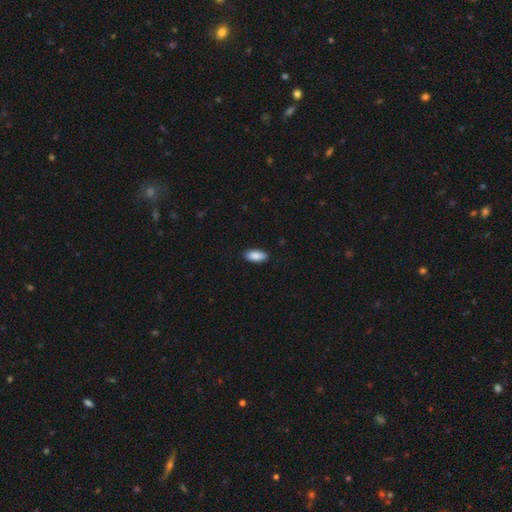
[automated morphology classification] A smooth galaxy with no disk features (89%) that is in between round and cigar-shaped (90%).

Vote fractions:
- Smooth or featured? smooth: 89% / star or artifact: 6% / featured or disk: 4%
- How rounded? in between: 90% / cigar-shaped: 8% / round: 2%
- Merging? none: 88% / minor disturbance: 10% / major disturbance: 2% / merger: 1%